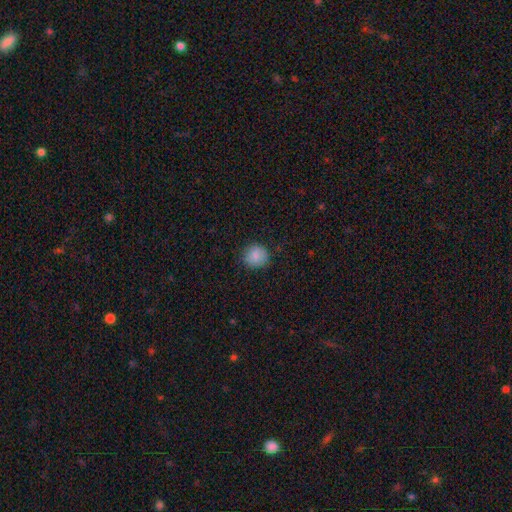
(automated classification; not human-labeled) Smooth or featured: smooth — 86% (star or artifact — 8%)
How rounded: round — 87% (in between — 12%)
Merging: none — 83% (minor disturbance — 12%)